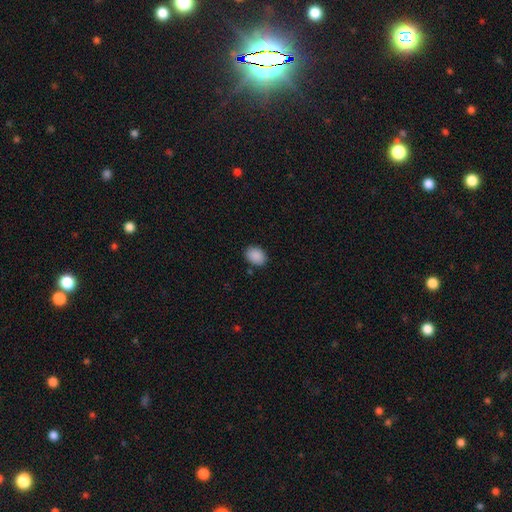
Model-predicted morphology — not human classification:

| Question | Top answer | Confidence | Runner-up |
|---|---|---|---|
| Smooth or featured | smooth | 89% | star or artifact (8%) |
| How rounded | in between | 67% | round (32%) |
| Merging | none | 85% | minor disturbance (10%) |